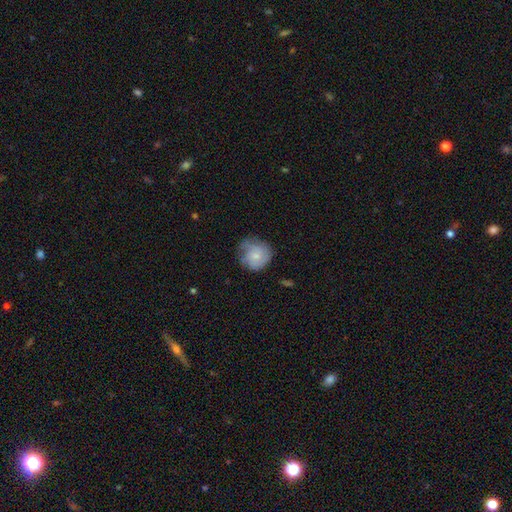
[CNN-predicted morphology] Smooth or featured?
  - smooth: 51% *
  - featured or disk: 42%
  - star or artifact: 8%
How rounded?
  - round: 86% *
  - in between: 13%
  - cigar-shaped: 1%
Merging?
  - none: 60% *
  - minor disturbance: 27%
  - major disturbance: 11%
  - merger: 1%